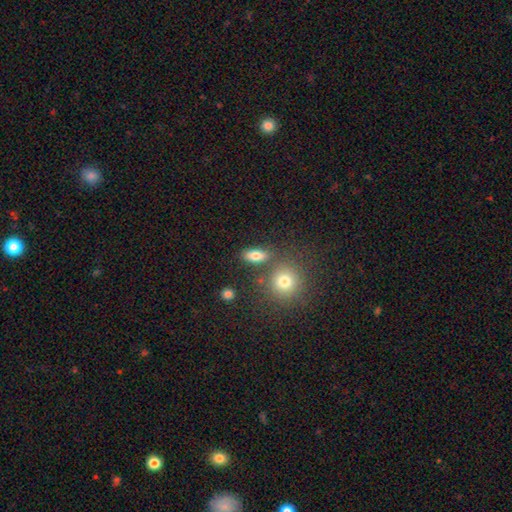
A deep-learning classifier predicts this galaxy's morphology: Overall: smooth (80%). How rounded: in between (77%). Merging: none (76%).